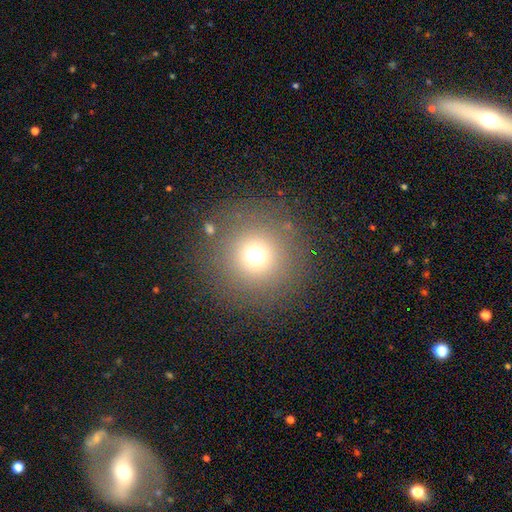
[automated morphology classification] Q: Smooth or featured?
A: smooth (69%); runner-up: star or artifact (23%)
Q: How rounded?
A: round (95%); runner-up: in between (4%)
Q: Merging?
A: none (85%); runner-up: minor disturbance (7%)